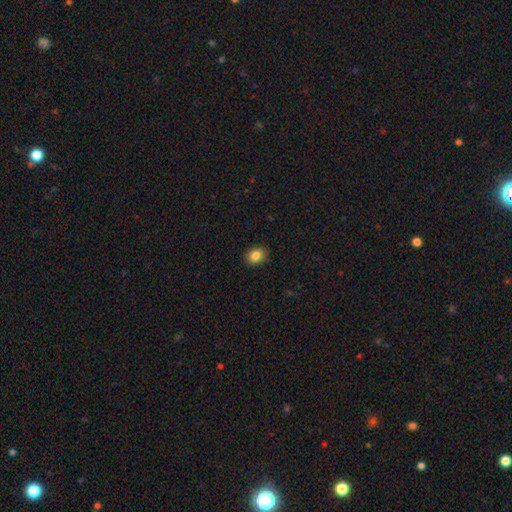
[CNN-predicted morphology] smooth 85%, star or artifact 9%, featured or disk 6%. Down the decision tree: how rounded — round (52%); merging — none (90%).